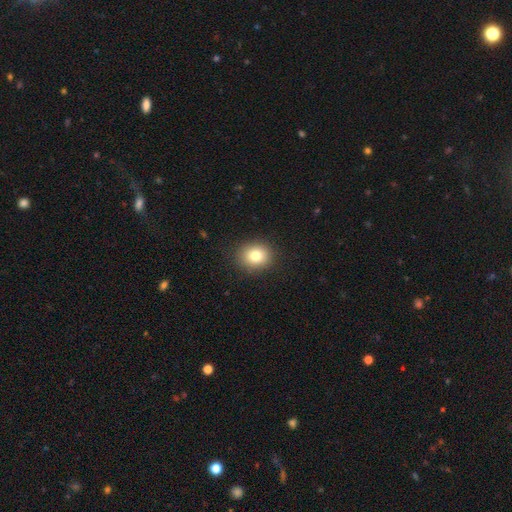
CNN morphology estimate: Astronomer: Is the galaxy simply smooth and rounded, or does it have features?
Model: smooth — 80%.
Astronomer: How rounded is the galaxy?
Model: round — 71%.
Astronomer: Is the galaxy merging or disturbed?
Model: none — 89%.